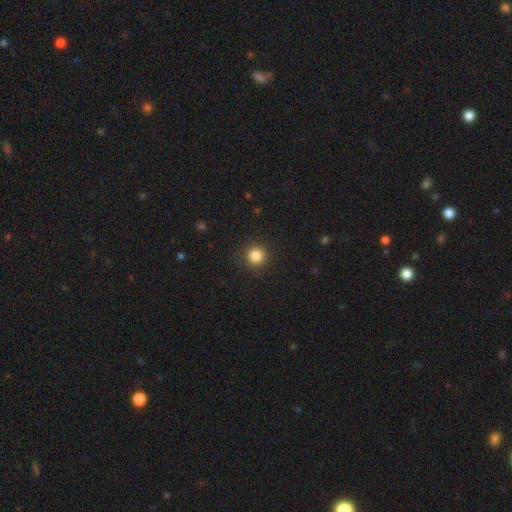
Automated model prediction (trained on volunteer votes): A smooth galaxy with no disk features (84%) that is round (95%). Merging: none (92%).